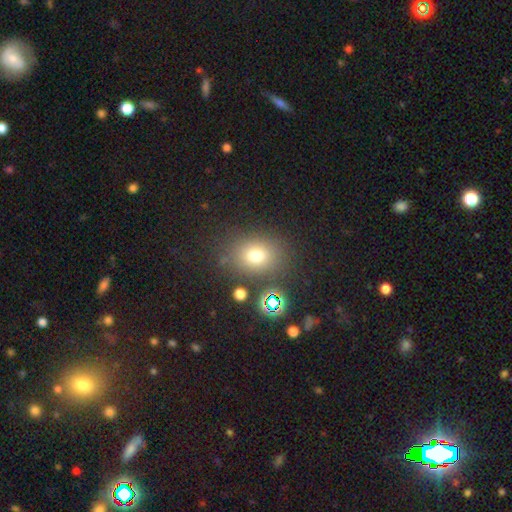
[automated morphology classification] Smooth or featured? smooth (72%)
How rounded? round (55%)
Merging? none (77%)